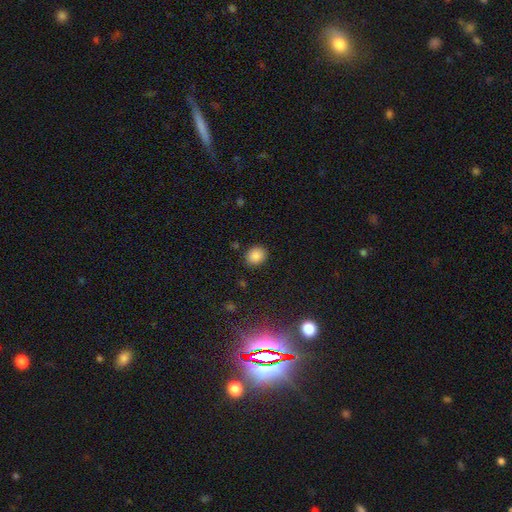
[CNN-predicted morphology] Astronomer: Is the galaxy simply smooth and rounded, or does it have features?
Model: smooth — 85%.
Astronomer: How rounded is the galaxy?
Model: round — 65%.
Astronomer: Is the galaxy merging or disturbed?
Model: none — 87%.